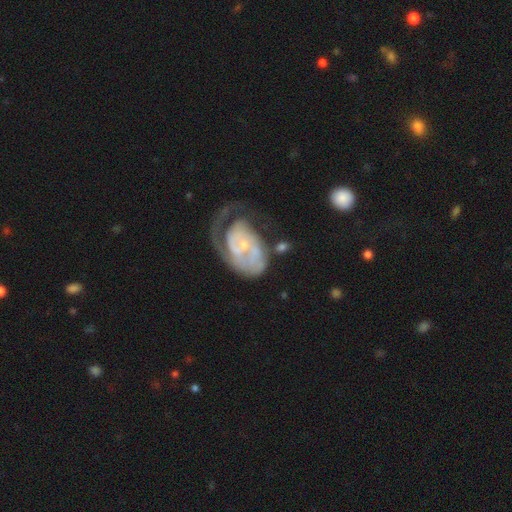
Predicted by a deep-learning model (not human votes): Smooth or featured?
  - featured or disk: 79% *
  - smooth: 16%
  - star or artifact: 5%
Edge-on disk?
  - no: 97% *
  - yes: 3%
Bar?
  - no: 69% *
  - weak: 26%
  - strong: 5%
Spiral arms?
  - yes: 85% *
  - no: 15%
Spiral winding?
  - tight: 51% *
  - medium: 32%
  - loose: 17%
Spiral arm count?
  - 1: 44% *
  - 2: 24%
  - can't tell: 22%
  - 3: 5%
  - 4: 2%
  - more than 4: 2%
Bulge size?
  - small: 66% *
  - moderate: 23%
  - none: 7%
  - large: 3%
  - dominant: 1%
Merging?
  - major disturbance: 41% *
  - none: 29%
  - minor disturbance: 19%
  - merger: 10%